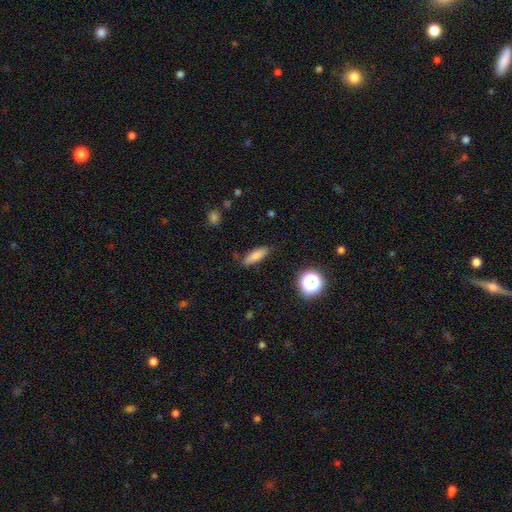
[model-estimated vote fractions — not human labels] The model was most divided on "how rounded": cigar-shaped: 50%, in between: 46%, round: 4%. More confident: merging — none (83%); smooth or featured — smooth (80%).